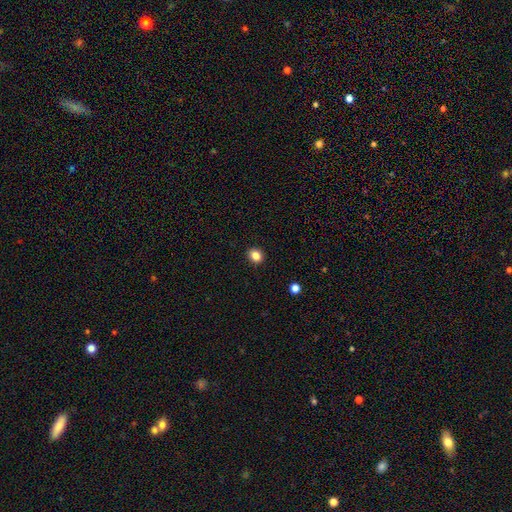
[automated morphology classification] Smooth or featured: smooth — 85% (star or artifact — 11%)
How rounded: round — 61% (in between — 38%)
Merging: none — 91% (minor disturbance — 6%)